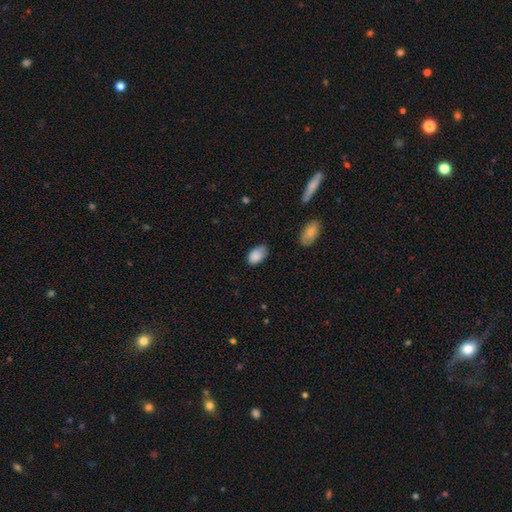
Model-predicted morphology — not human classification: A smooth galaxy with no disk features (87%) that is in between round and cigar-shaped (92%).

Vote fractions:
- Smooth or featured? smooth: 87% / star or artifact: 7% / featured or disk: 6%
- How rounded? in between: 92% / round: 6% / cigar-shaped: 1%
- Merging? none: 61% / minor disturbance: 31% / major disturbance: 6% / merger: 2%